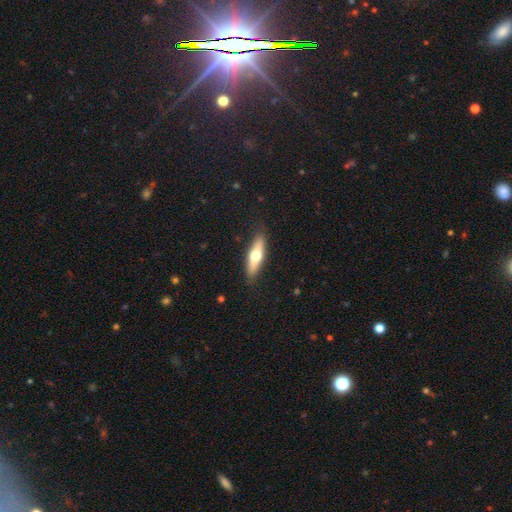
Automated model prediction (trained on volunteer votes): smooth-or-featured: smooth: 54% | featured or disk: 40% | star or artifact: 5%
  how-rounded: cigar-shaped: 58% | in between: 39% | round: 2%
  merging: none: 85% | minor disturbance: 11% | major disturbance: 2% | merger: 1%